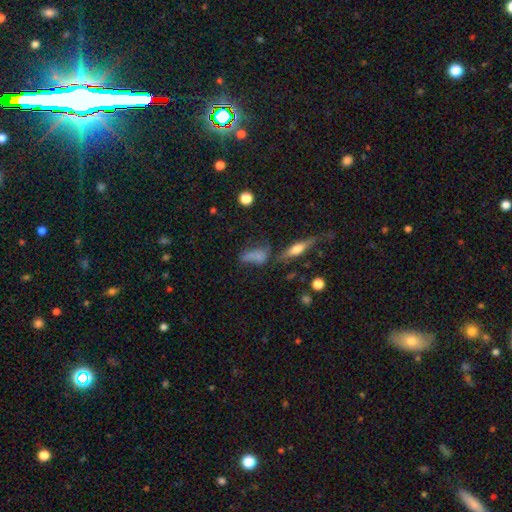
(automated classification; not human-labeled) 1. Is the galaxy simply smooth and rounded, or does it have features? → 59% smooth, 25% featured or disk, 16% star or artifact.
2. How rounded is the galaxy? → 67% in between, 23% cigar-shaped, 10% round.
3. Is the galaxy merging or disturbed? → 37% none, 23% minor disturbance, 21% major disturbance, 19% merger.